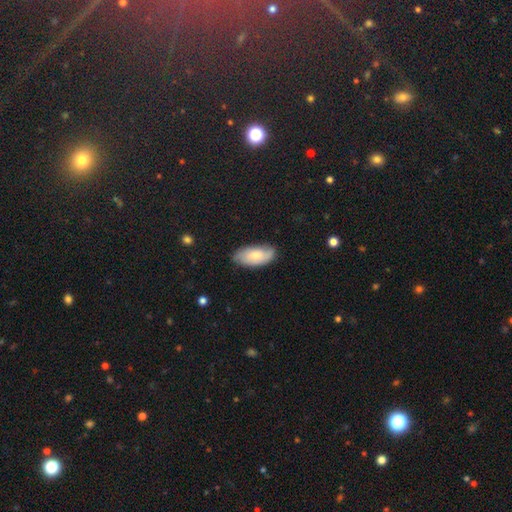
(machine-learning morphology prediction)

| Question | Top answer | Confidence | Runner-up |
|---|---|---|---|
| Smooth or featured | smooth | 69% | featured or disk (25%) |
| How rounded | in between | 92% | cigar-shaped (6%) |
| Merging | none | 76% | minor disturbance (19%) |